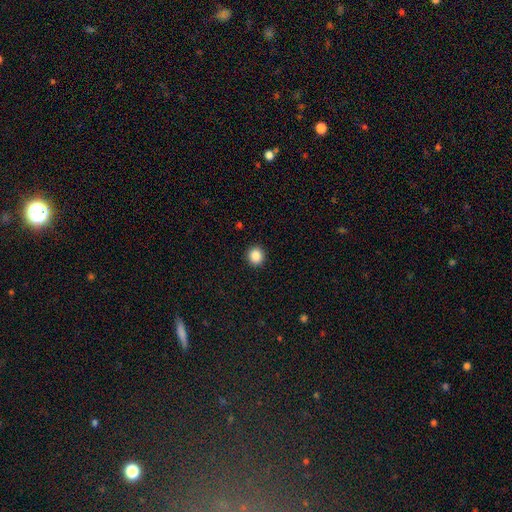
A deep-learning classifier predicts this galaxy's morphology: Q: Smooth or featured?
A: smooth (87%); runner-up: star or artifact (10%)
Q: How rounded?
A: round (91%); runner-up: in between (8%)
Q: Merging?
A: none (92%); runner-up: minor disturbance (5%)